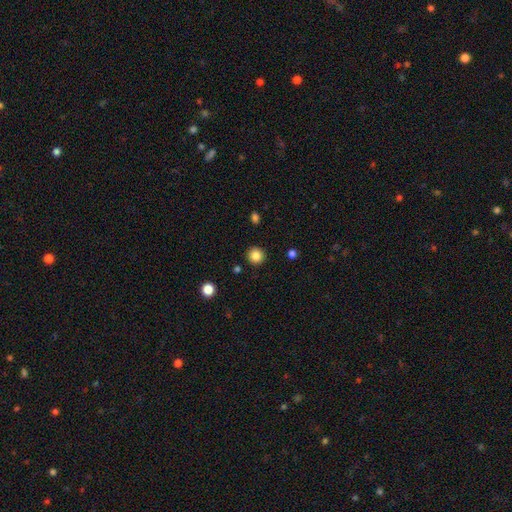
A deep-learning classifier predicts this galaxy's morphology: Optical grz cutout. It shows a smooth galaxy with no disk features (85%) that is round (94%). Merging: none (91%).